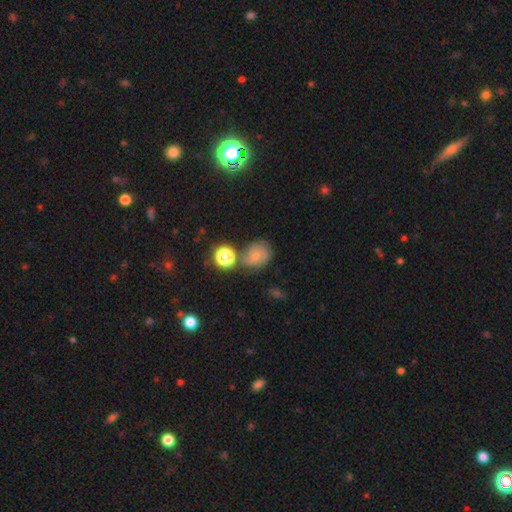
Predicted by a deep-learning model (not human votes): A smooth galaxy with no disk features (52%) that is round (67%).

Vote fractions:
- Smooth or featured? smooth: 52% / featured or disk: 33% / star or artifact: 16%
- How rounded? round: 67% / in between: 32% / cigar-shaped: 1%
- Merging? none: 56% / minor disturbance: 22% / merger: 14% / major disturbance: 9%